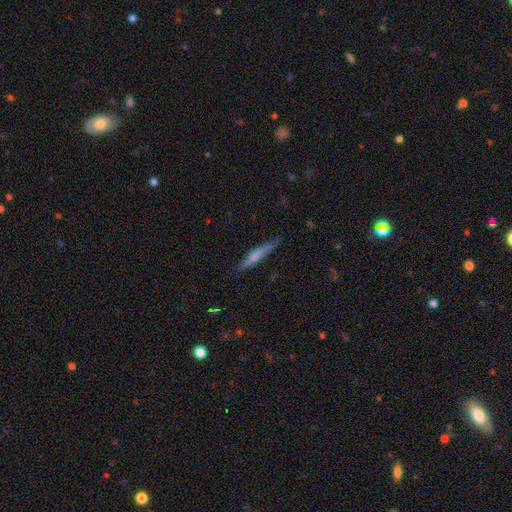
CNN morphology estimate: Q: Smooth or featured?
A: smooth (63%); runner-up: featured or disk (31%)
Q: How rounded?
A: cigar-shaped (92%); runner-up: in between (6%)
Q: Merging?
A: none (78%); runner-up: minor disturbance (17%)